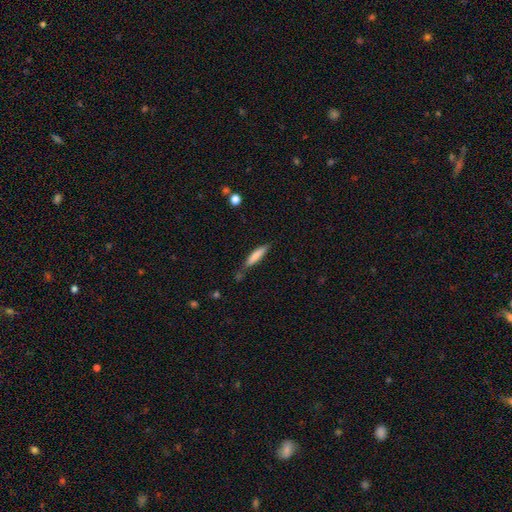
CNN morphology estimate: A smooth galaxy with no disk features (77%) that is cigar-shaped (82%). Merging: none (70%).